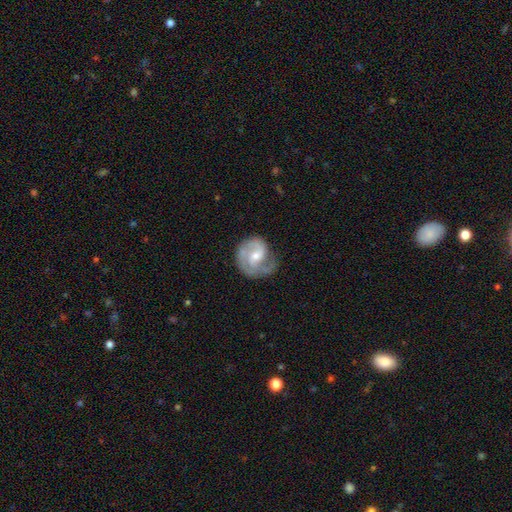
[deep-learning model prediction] Smooth or featured? Predicted: featured or disk (p=0.80). Edge-on disk? Predicted: no (p=0.98). Bar? Predicted: weak (p=0.46). Spiral arms? Predicted: yes (p=0.94). Spiral winding? Predicted: medium (p=0.45). Spiral arm count? Predicted: 2 (p=0.60). Bulge size? Predicted: moderate (p=0.49). Merging? Predicted: none (p=0.57).